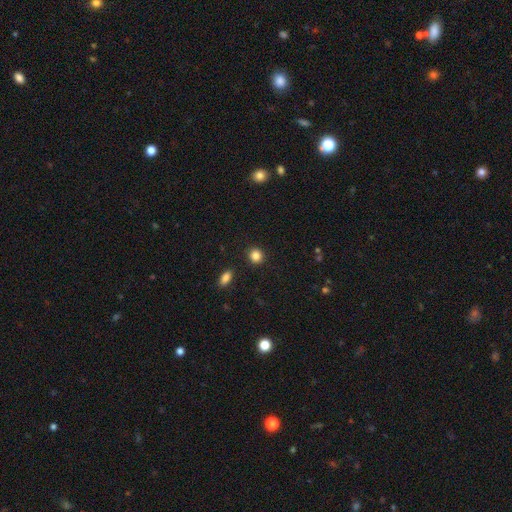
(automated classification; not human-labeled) A smooth galaxy with no disk features (85%) that is round (87%). Merging: none (91%).